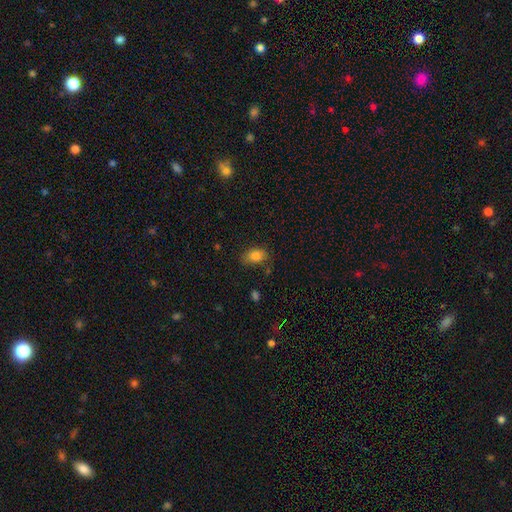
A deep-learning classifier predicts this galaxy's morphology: This is clearly a smooth galaxy (84%). How rounded: clearly in between (82%). Merging: likely none (70%).